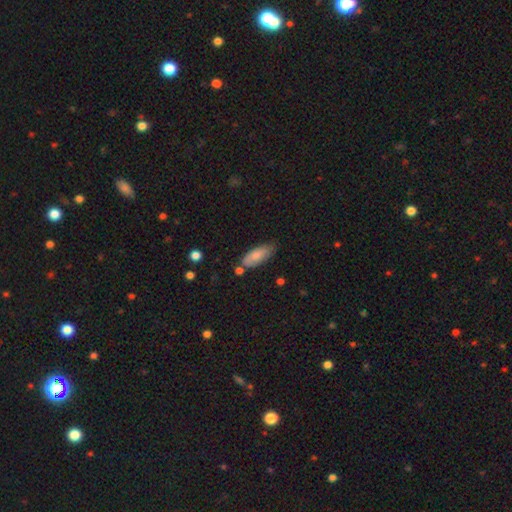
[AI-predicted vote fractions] smooth 80%, featured or disk 14%, star or artifact 6%. Down the decision tree: how rounded — in between (80%); merging — none (65%).